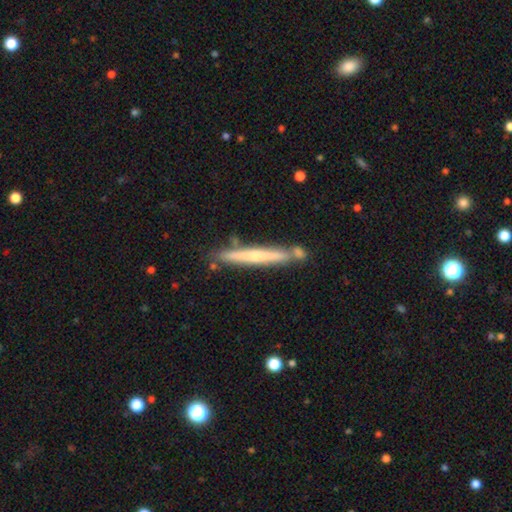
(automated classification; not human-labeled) This is possibly a featured or disk galaxy (51%). It is clearly viewed edge-on (96%). Merging: likely none (76%).